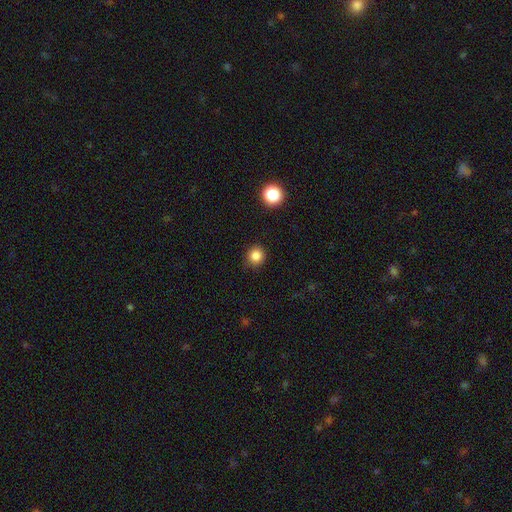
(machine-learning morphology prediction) type=smooth (84%); roundness=round (92%); merging=none (88%).